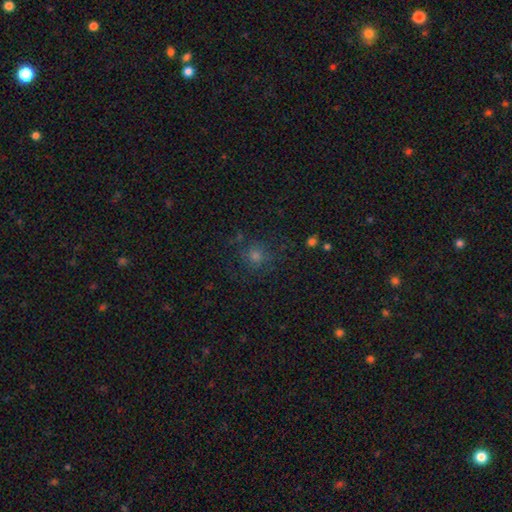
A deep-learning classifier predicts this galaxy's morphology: This is possibly a smooth galaxy (52%). How rounded: clearly round (88%). Merging: likely none (76%).